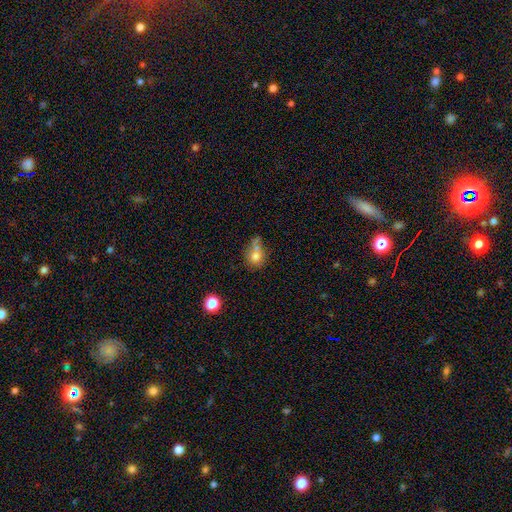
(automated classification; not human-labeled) Smooth or featured: smooth — 73% (featured or disk — 16%)
How rounded: round — 71% (in between — 27%)
Merging: merger — 37% (none — 36%)